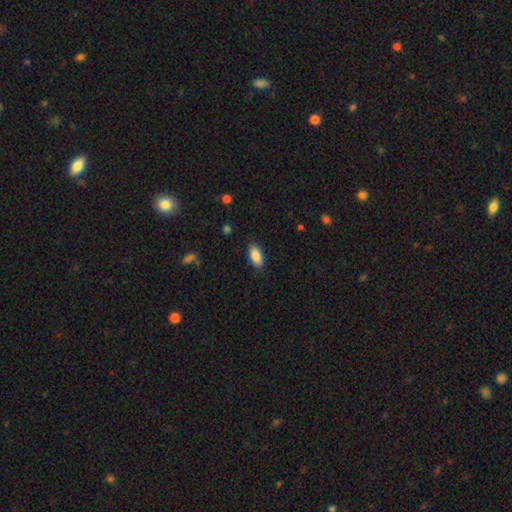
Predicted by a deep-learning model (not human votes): A smooth galaxy with no disk features (87%) that is in between round and cigar-shaped (90%).

Vote fractions:
- Smooth or featured? smooth: 87% / star or artifact: 7% / featured or disk: 6%
- How rounded? in between: 90% / cigar-shaped: 8% / round: 2%
- Merging? none: 86% / minor disturbance: 10% / major disturbance: 2% / merger: 1%